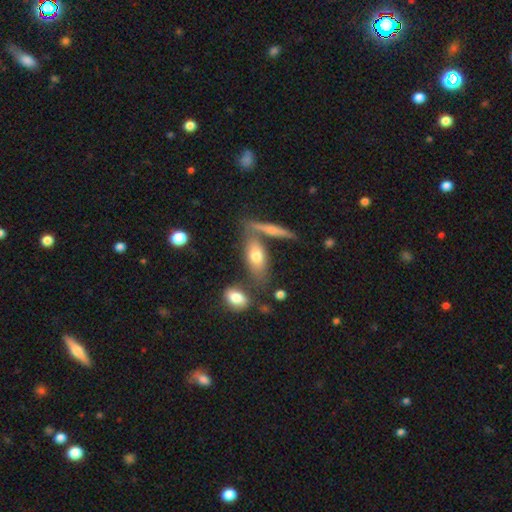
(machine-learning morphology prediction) smooth_or_featured: smooth (p=0.67) [alt: featured or disk p=0.25]
how_rounded: in between (p=0.76) [alt: cigar-shaped p=0.18]
merging: none (p=0.55) [alt: merger p=0.23]